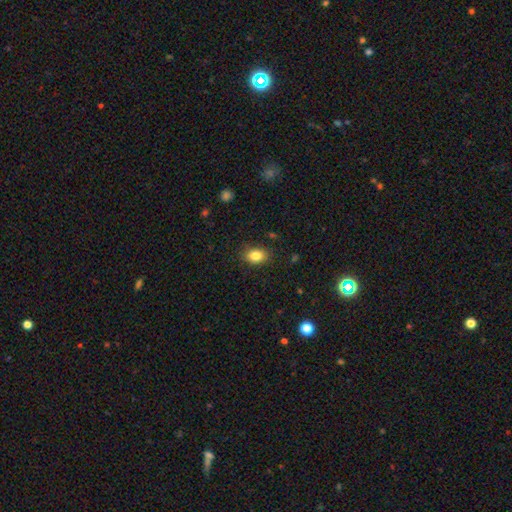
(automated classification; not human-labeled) This is clearly a smooth galaxy (84%). How rounded: likely in between (79%). Merging: clearly none (85%).